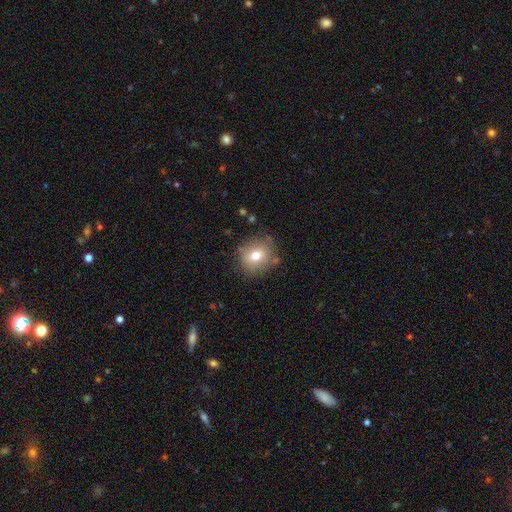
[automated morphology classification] smooth 72%, featured or disk 16%, star or artifact 12%. Down the decision tree: how rounded — round (78%); merging — none (79%).